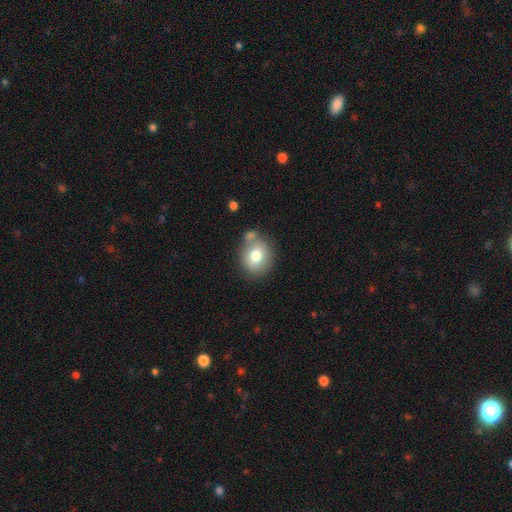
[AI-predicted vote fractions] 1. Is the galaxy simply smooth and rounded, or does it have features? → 75% smooth, 16% featured or disk, 9% star or artifact.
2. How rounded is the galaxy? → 71% round, 28% in between, 1% cigar-shaped.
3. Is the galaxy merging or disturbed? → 57% none, 23% merger, 15% minor disturbance, 5% major disturbance.